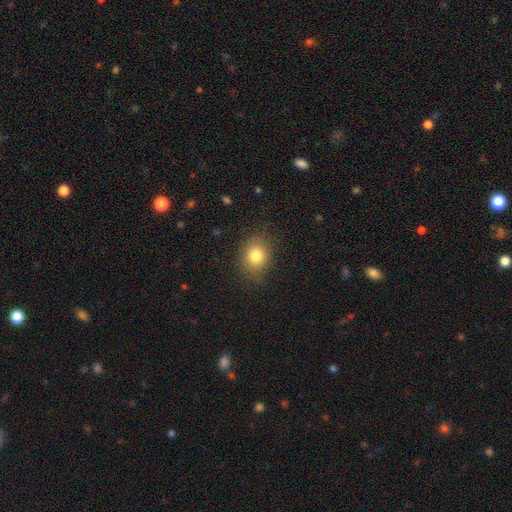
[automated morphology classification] Overall: smooth (81%). How rounded: round (55%; in between 44%). Merging: none (82%).